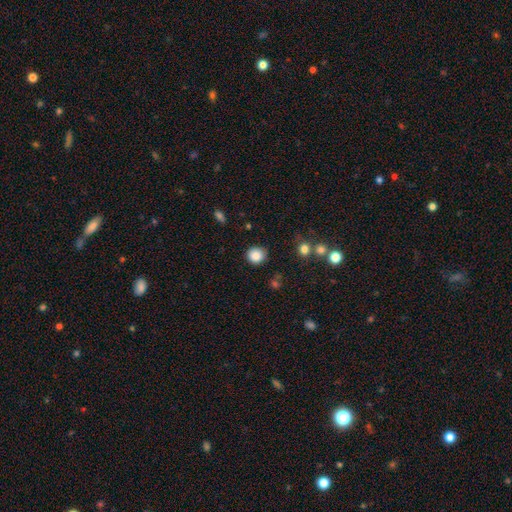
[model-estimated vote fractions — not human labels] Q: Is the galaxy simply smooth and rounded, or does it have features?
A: smooth — 86%.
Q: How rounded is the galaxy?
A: round — 87%.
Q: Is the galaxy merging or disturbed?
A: none — 85%.